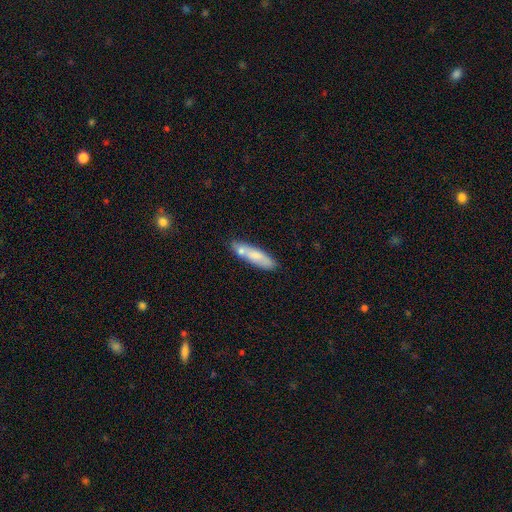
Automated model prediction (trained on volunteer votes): Q: Smooth or featured?
A: smooth (73%); runner-up: featured or disk (20%)
Q: How rounded?
A: cigar-shaped (69%); runner-up: in between (30%)
Q: Merging?
A: none (62%); runner-up: minor disturbance (17%)